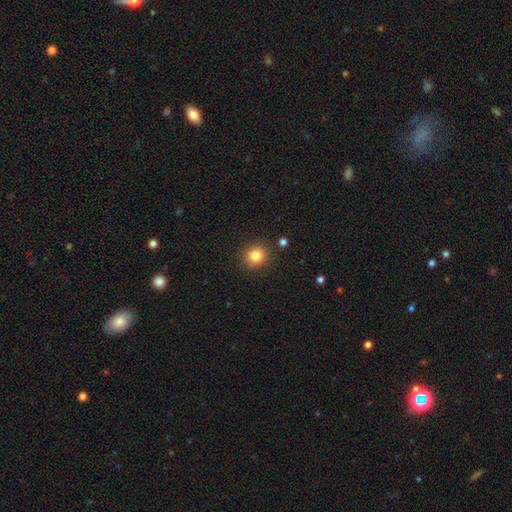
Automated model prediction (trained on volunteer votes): smooth_or_featured: smooth (p=0.83) [alt: star or artifact p=0.11]
how_rounded: round (p=0.86) [alt: in between p=0.13]
merging: none (p=0.88) [alt: minor disturbance p=0.07]